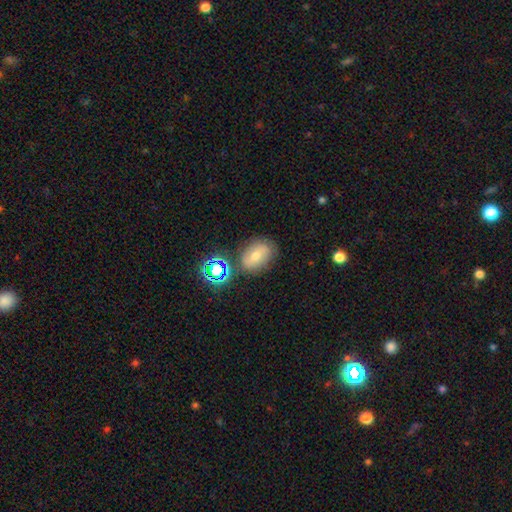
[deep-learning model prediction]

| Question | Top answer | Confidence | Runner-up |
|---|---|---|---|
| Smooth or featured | smooth | 46% | featured or disk (32%) |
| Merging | none | 74% | minor disturbance (15%) |